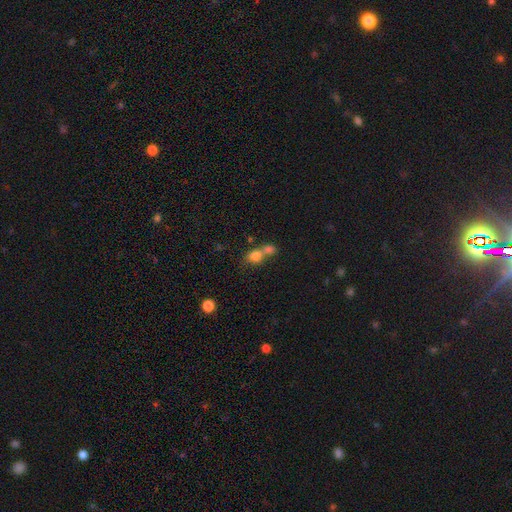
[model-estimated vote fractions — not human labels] This is likely a smooth galaxy (77%). How rounded: likely round (65%). Merging: likely merger (61%).